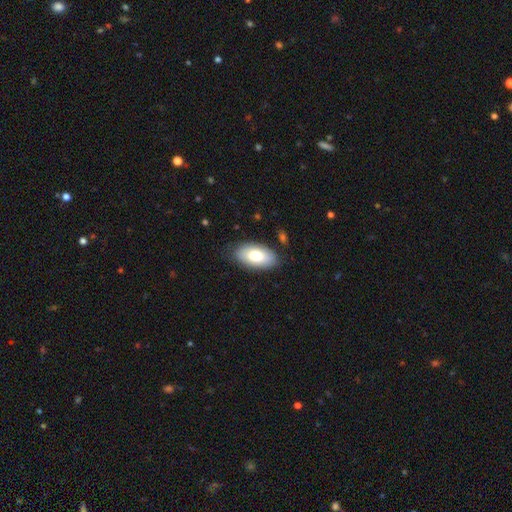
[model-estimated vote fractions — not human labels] A smooth galaxy with no disk features (76%) that is in between round and cigar-shaped (94%).

Vote fractions:
- Smooth or featured? smooth: 76% / featured or disk: 18% / star or artifact: 6%
- How rounded? in between: 94% / round: 3% / cigar-shaped: 2%
- Merging? none: 82% / minor disturbance: 13% / major disturbance: 3% / merger: 2%